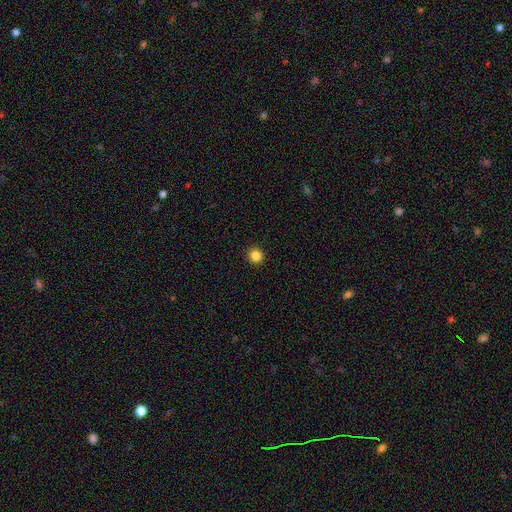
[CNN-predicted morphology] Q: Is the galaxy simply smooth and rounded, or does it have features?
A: smooth — 84%.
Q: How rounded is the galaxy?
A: round — 90%.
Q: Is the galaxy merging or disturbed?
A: none — 93%.